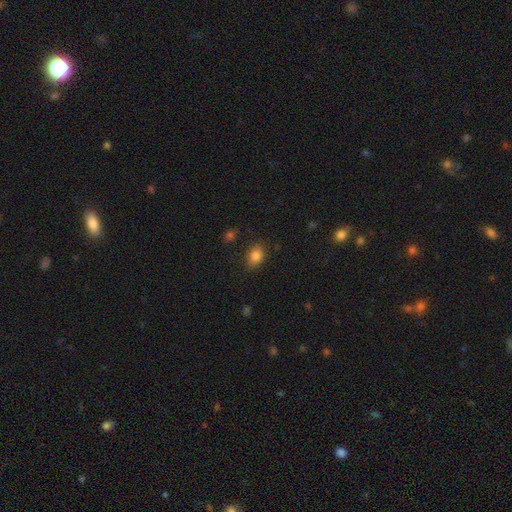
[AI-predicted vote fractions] smooth-or-featured: smooth: 84% | star or artifact: 11% | featured or disk: 6%
  how-rounded: in between: 61% | round: 38% | cigar-shaped: 1%
  merging: none: 82% | minor disturbance: 13% | major disturbance: 3% | merger: 2%